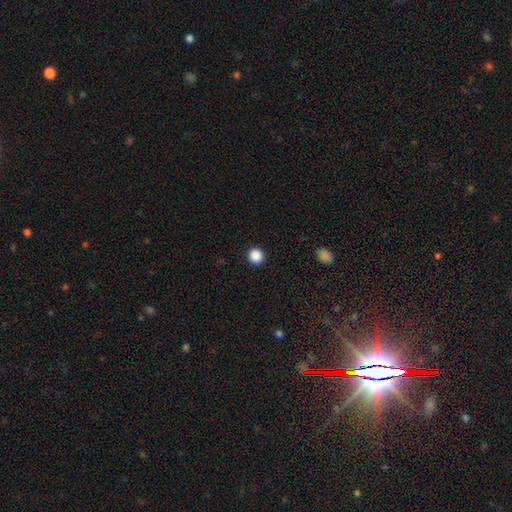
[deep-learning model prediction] Smooth or featured? Predicted: smooth (p=0.88). How rounded? Predicted: round (p=0.93). Merging? Predicted: none (p=0.93).